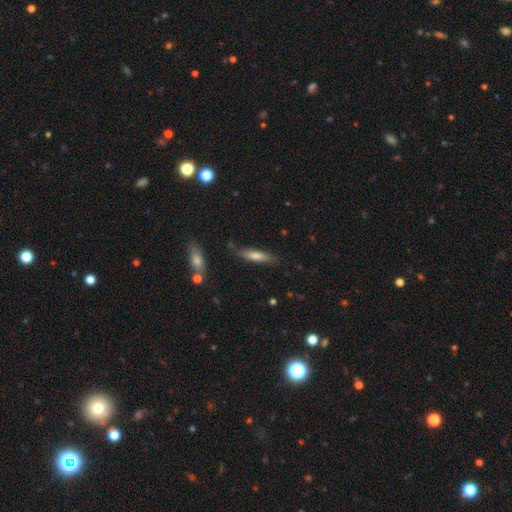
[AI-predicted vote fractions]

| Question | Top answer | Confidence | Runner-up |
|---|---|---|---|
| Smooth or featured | smooth | 58% | featured or disk (33%) |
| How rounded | cigar-shaped | 78% | in between (20%) |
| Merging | none | 77% | minor disturbance (16%) |